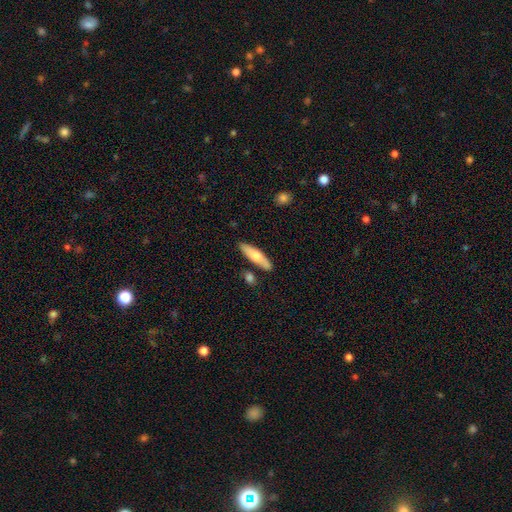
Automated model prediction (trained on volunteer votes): Smooth or featured? Predicted: smooth (p=0.67). How rounded? Predicted: cigar-shaped (p=0.68). Merging? Predicted: none (p=0.81).